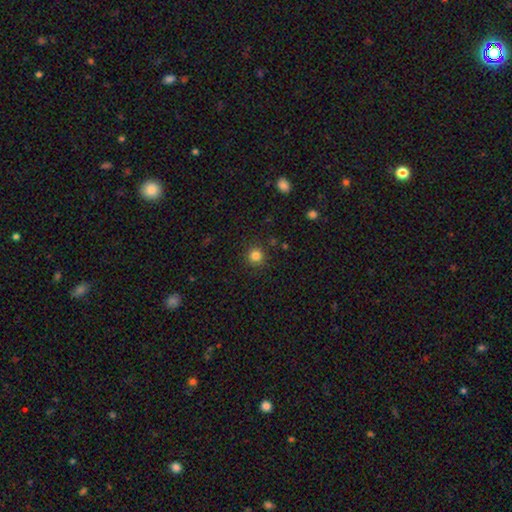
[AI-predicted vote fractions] This appears to be a smooth galaxy with no disk features (82%) that is round (94%). Merging: none (90%).